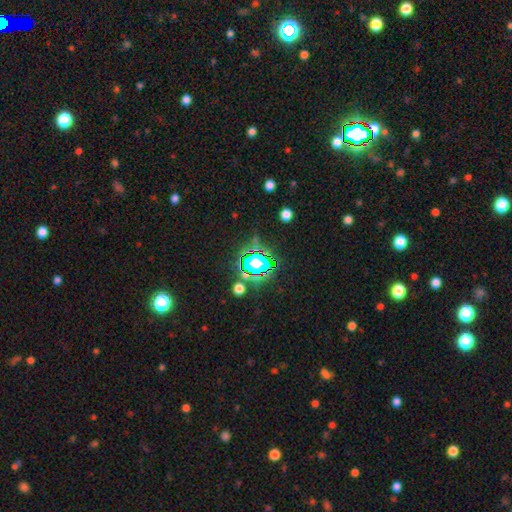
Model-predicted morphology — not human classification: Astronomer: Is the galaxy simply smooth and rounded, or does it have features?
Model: star or artifact — 79%.